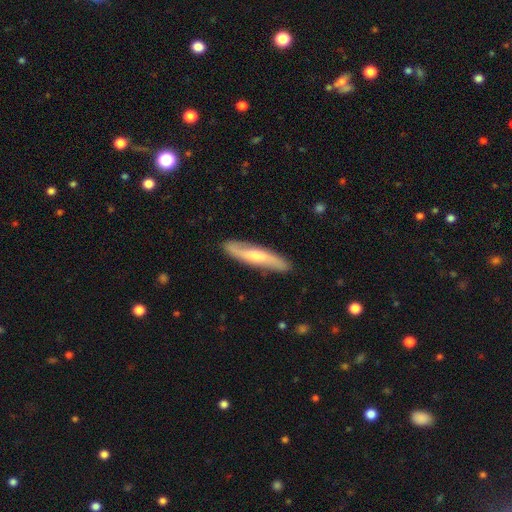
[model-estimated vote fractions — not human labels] Smooth or featured: featured or disk — 60% (smooth — 35%)
Edge-on disk: no — 60% (yes — 40%)
Merging: none — 85% (minor disturbance — 12%)